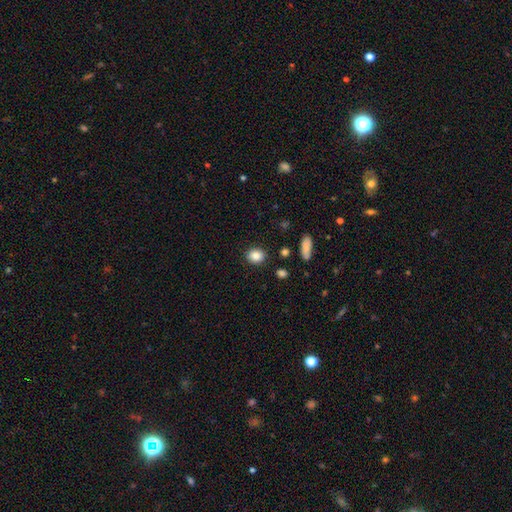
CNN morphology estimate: Smooth or featured? Predicted: smooth (p=0.86). How rounded? Predicted: round (p=0.62). Merging? Predicted: none (p=0.87).